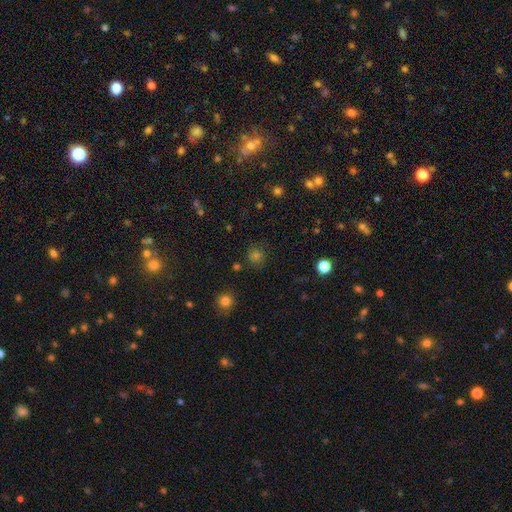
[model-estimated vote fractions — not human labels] Overall: smooth (64%; star or artifact 28%). How rounded: round (91%). Merging: none (86%).